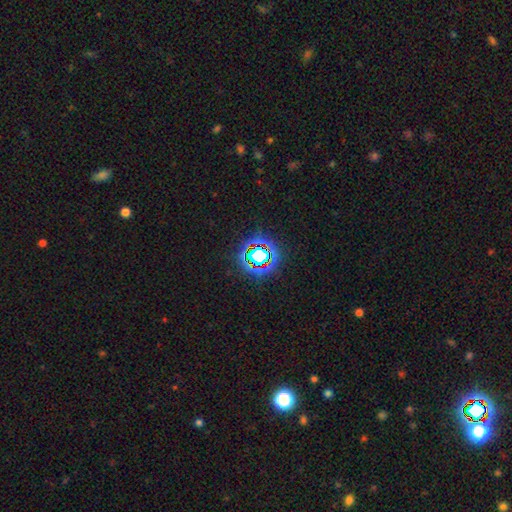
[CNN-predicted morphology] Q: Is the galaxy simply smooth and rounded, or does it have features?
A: star or artifact — 77%.